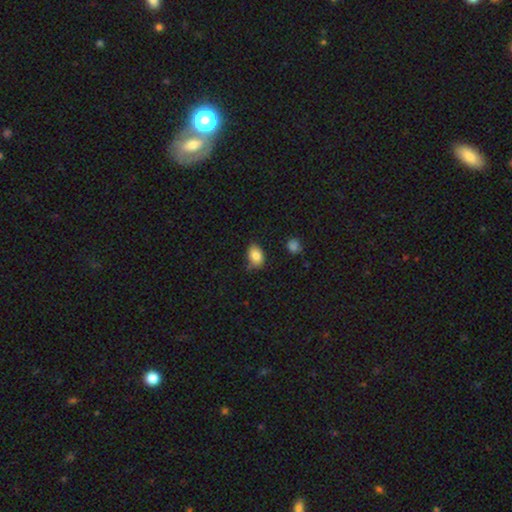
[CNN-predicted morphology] type=smooth (85%); roundness=in between (80%); merging=none (71%).